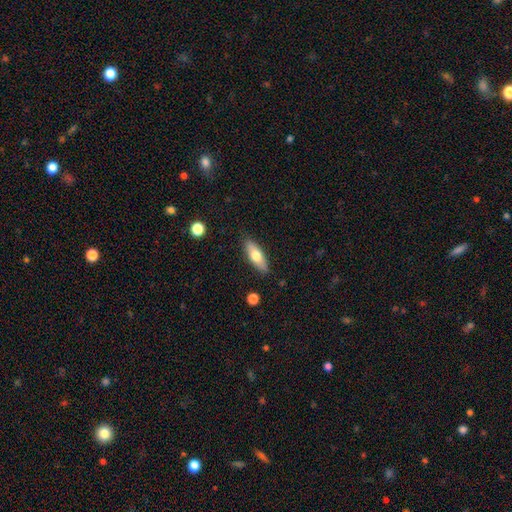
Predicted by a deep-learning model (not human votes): smooth 66%, featured or disk 28%, star or artifact 6%. Down the decision tree: how rounded — in between (63%); merging — none (86%).